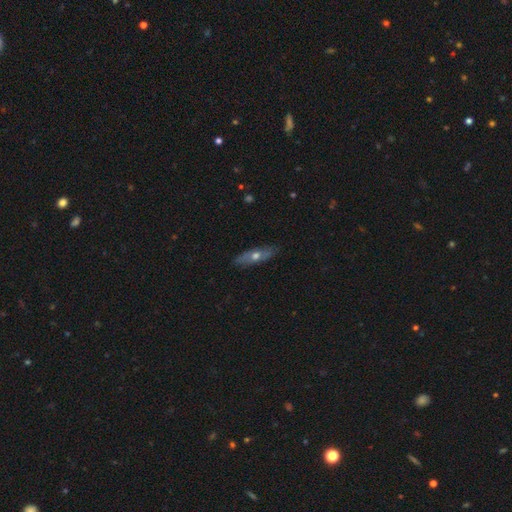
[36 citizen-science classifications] smooth_or_featured: smooth (p=0.47) [alt: featured or disk p=0.44]
how_rounded: in between (p=0.65) [alt: cigar-shaped p=0.29]
merging: none (p=0.91) [alt: major disturbance p=0.06]